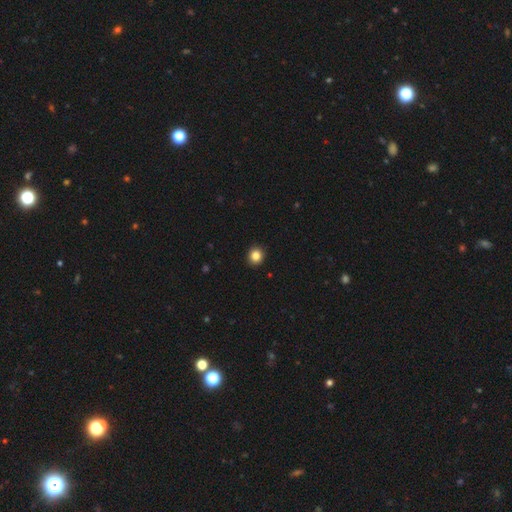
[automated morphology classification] This is clearly a smooth galaxy (85%). How rounded: clearly round (86%). Merging: clearly none (92%).